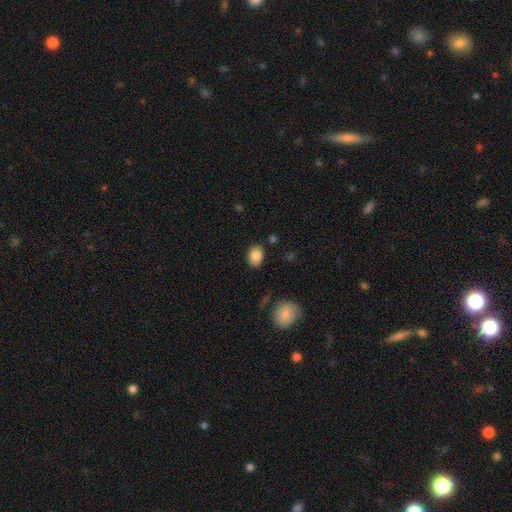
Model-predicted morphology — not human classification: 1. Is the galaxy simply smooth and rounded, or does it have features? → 86% smooth, 8% star or artifact, 6% featured or disk.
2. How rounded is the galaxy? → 67% in between, 32% round, 1% cigar-shaped.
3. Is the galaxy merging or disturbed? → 84% none, 11% minor disturbance, 3% major disturbance, 2% merger.